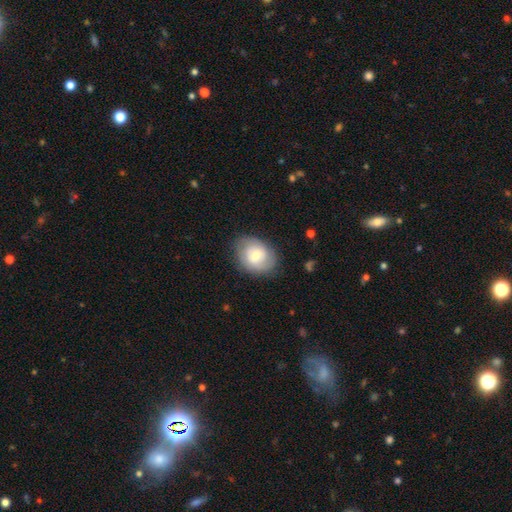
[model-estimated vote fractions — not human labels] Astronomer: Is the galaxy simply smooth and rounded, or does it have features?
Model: smooth — 53% (runner-up: featured or disk, 40%).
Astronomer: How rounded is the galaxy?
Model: in between — 60% (runner-up: round, 39%).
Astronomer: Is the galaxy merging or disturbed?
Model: none — 78%.